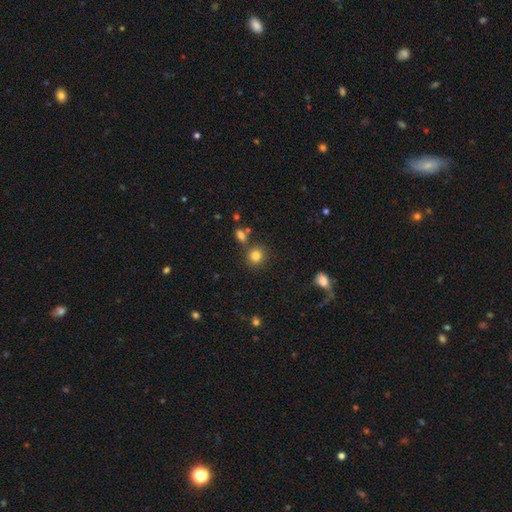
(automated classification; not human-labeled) Morphology: type=smooth (82%); roundness=round (85%); merging=none (76%).